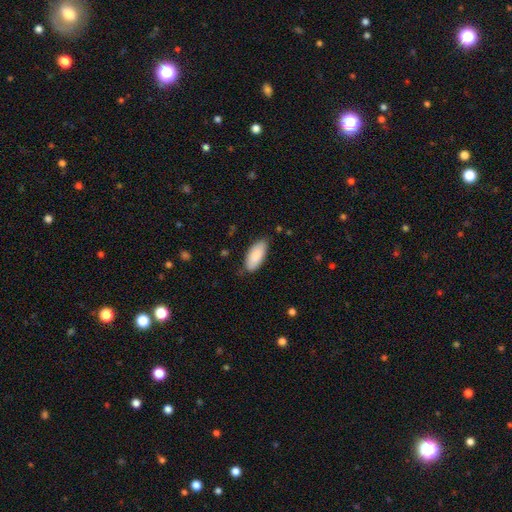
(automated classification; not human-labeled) This is clearly a smooth galaxy (88%). How rounded: clearly in between (90%). Merging: likely none (77%).